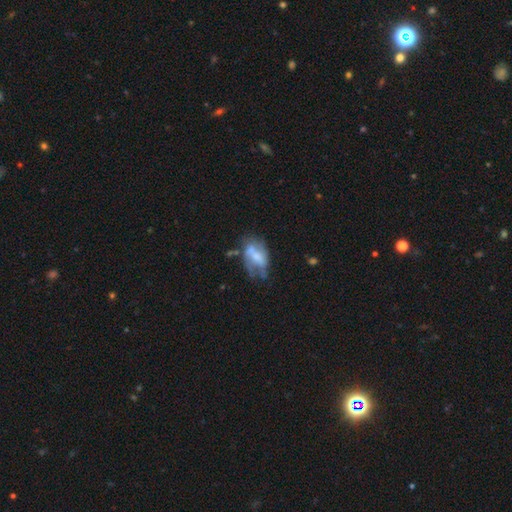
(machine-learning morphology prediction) Smooth or featured? Predicted: featured or disk (p=0.53). Edge-on disk? Predicted: no (p=0.95). Bar? Predicted: no (p=0.54). Spiral arms? Predicted: no (p=0.61). Bulge size? Predicted: moderate (p=0.39). Merging? Predicted: none (p=0.35).